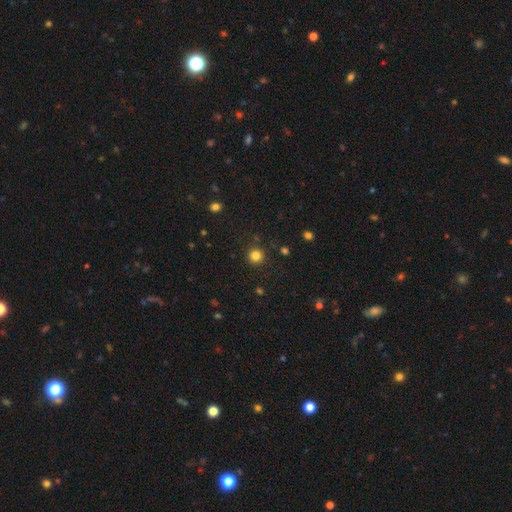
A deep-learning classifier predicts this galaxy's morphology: type=smooth (82%); roundness=round (95%); merging=none (91%).